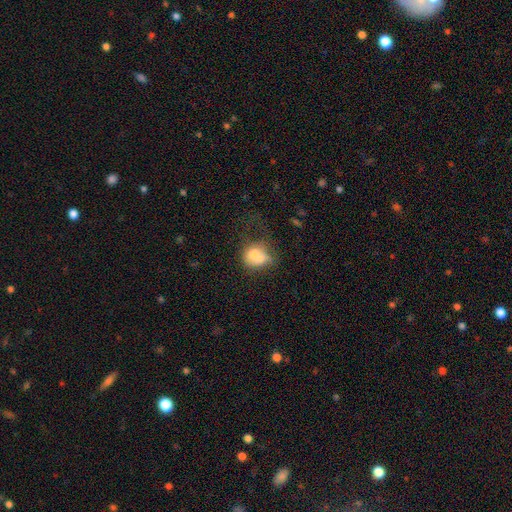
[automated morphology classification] smooth_or_featured: smooth (p=0.71) [alt: featured or disk p=0.18]
how_rounded: round (p=0.62) [alt: in between p=0.37]
merging: none (p=0.31) [alt: major disturbance p=0.27]